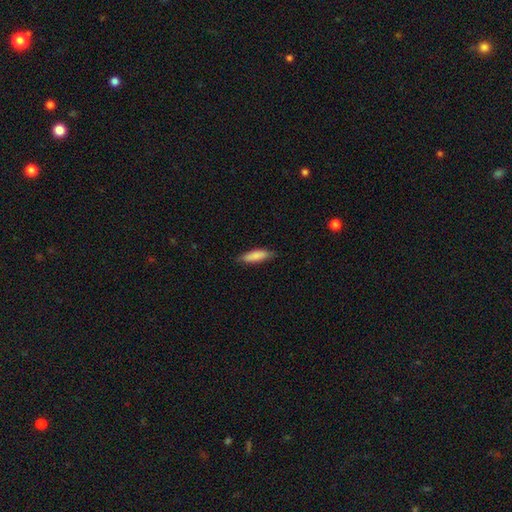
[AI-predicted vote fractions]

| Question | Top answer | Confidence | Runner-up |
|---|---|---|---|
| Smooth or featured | smooth | 86% | featured or disk (8%) |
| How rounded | cigar-shaped | 56% | in between (42%) |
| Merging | none | 84% | minor disturbance (13%) |